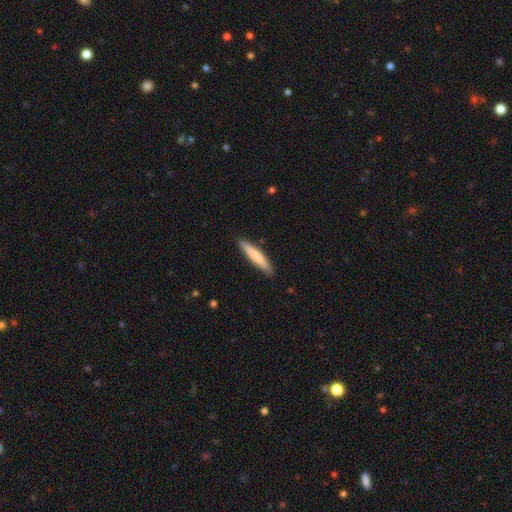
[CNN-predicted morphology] type=smooth (74%); roundness=cigar-shaped (91%); merging=none (88%).